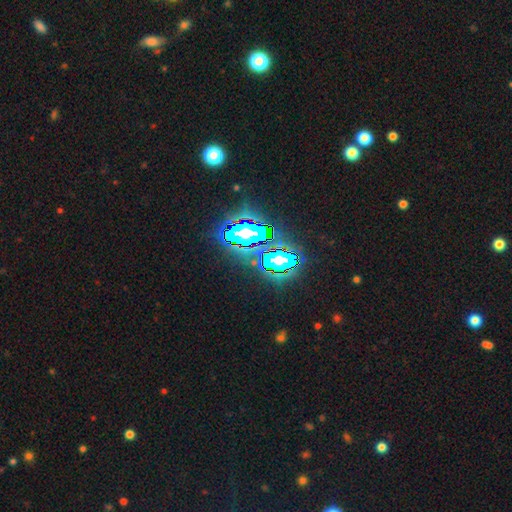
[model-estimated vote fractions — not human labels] Morphology: type=star or artifact (83%).